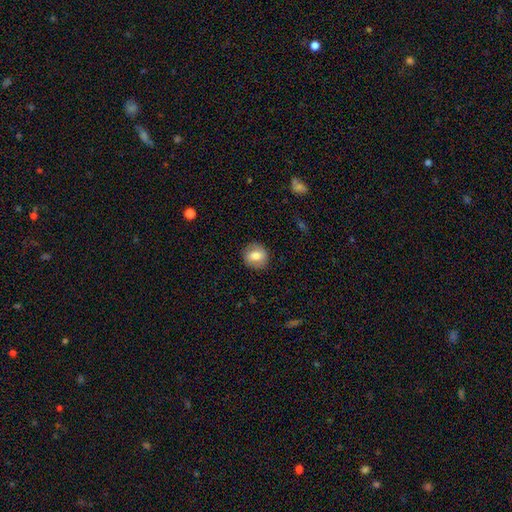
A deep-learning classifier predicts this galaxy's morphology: A smooth galaxy with no disk features (73%) that is round (80%). Merging: none (85%).